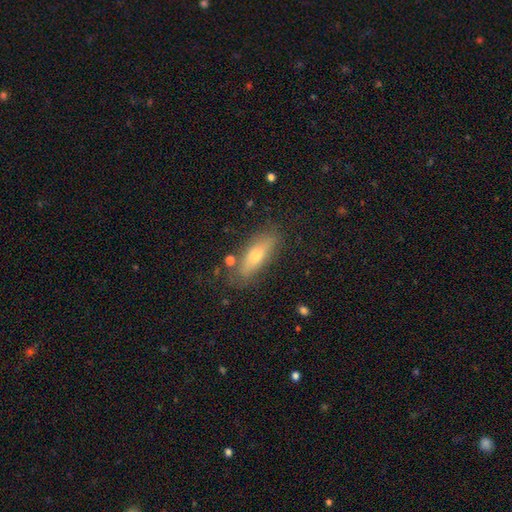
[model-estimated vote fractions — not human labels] Smooth or featured: smooth — 57% (featured or disk — 36%)
How rounded: in between — 51% (cigar-shaped — 46%)
Merging: none — 78% (minor disturbance — 15%)